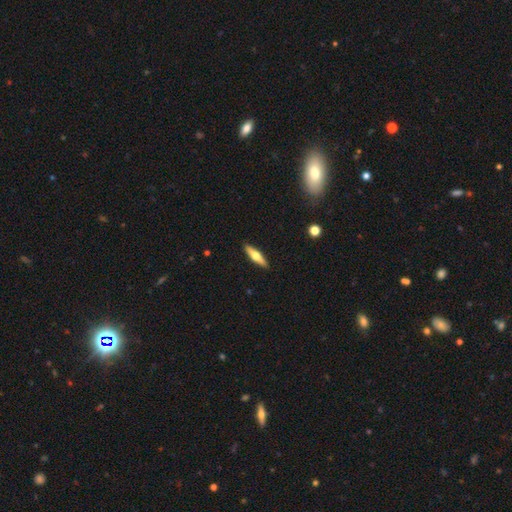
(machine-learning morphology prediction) A featured or disk galaxy (55%) viewed edge-on (94%) with a rounded central bulge (95%). Merging: none (91%).